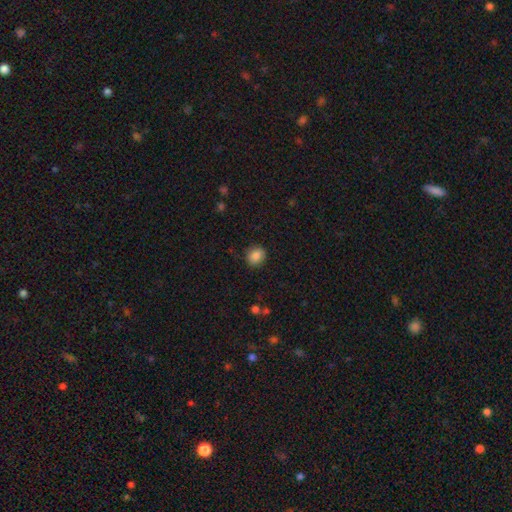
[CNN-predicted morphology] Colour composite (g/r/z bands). It shows a smooth galaxy with no disk features (87%) that is round (65%). Merging: none (87%).